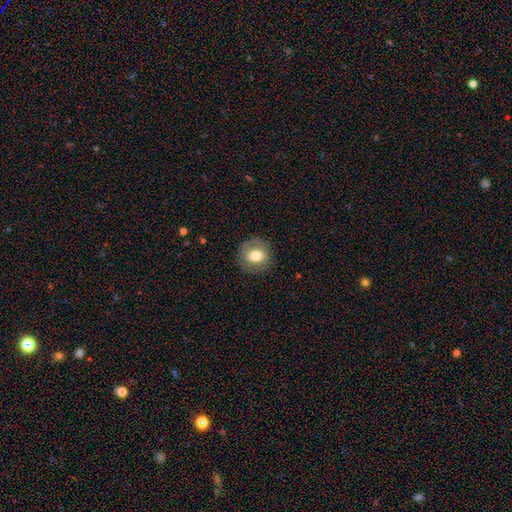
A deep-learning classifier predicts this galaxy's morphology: Smooth or featured: smooth — 68% (featured or disk — 24%)
How rounded: round — 77% (in between — 22%)
Merging: none — 85% (minor disturbance — 10%)